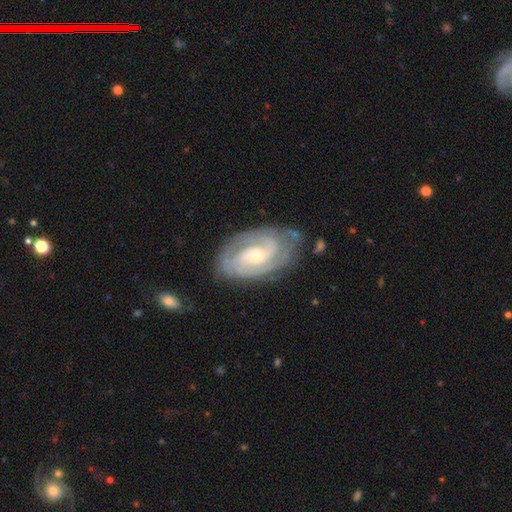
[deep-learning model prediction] This is clearly a featured or disk galaxy (87%). It is clearly not viewed edge-on (96%). Bar: possibly no (55%). Spiral arm pattern: clearly yes (96%). Spiral arm count: possibly 2 (47%). Spiral winding: likely tight (64%). Central bulge: possibly small (56%). Merging: likely none (74%).